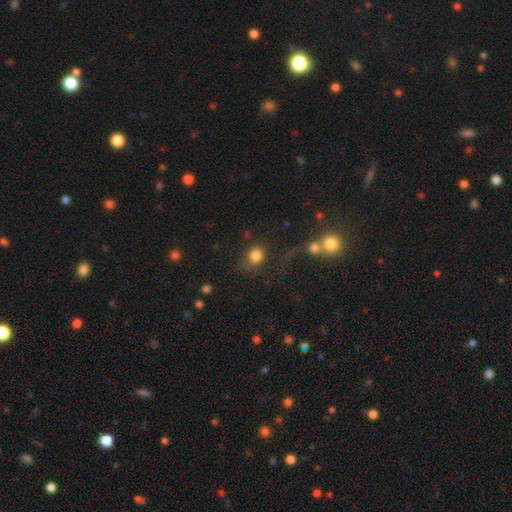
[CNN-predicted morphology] A smooth galaxy with no disk features (83%) that is round (72%).

Vote fractions:
- Smooth or featured? smooth: 83% / star or artifact: 10% / featured or disk: 7%
- How rounded? round: 72% / in between: 27% / cigar-shaped: 1%
- Merging? none: 62% / major disturbance: 14% / minor disturbance: 14% / merger: 10%